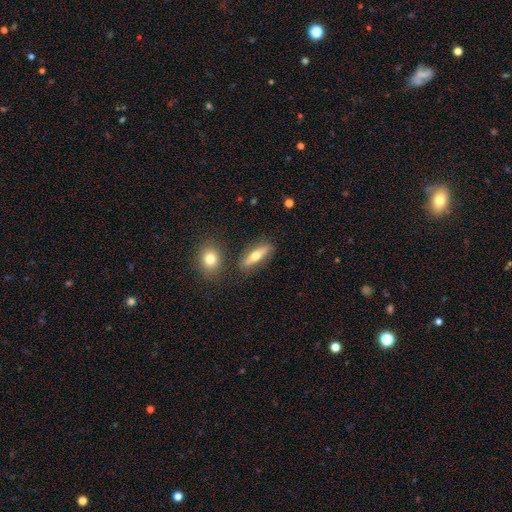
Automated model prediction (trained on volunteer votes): Morphology: type=smooth (55%); roundness=cigar-shaped (56%); merging=none (81%).